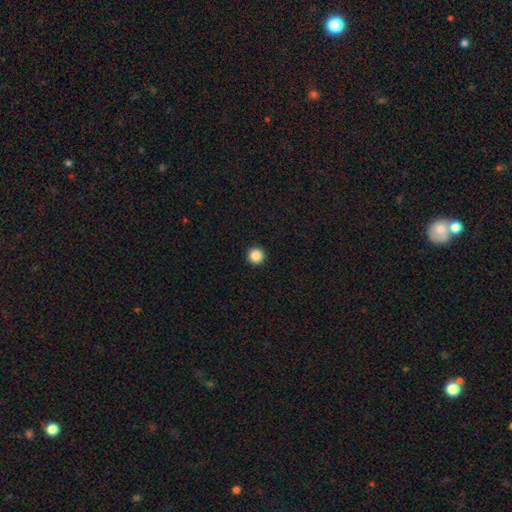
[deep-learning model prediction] The model was most divided on "smooth or featured": smooth: 87%, star or artifact: 10%, featured or disk: 3%. More confident: how rounded — round (97%); merging — none (94%).